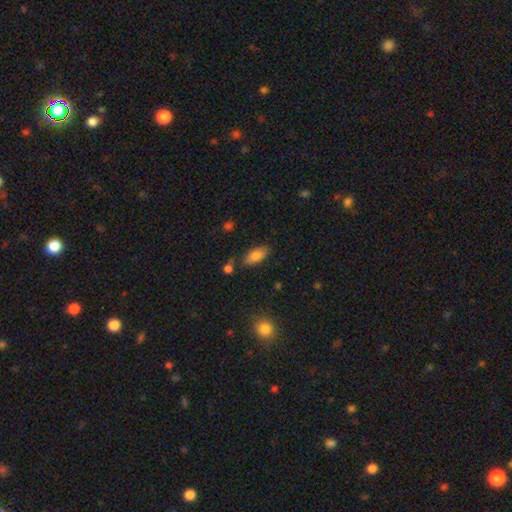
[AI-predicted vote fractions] Smooth or featured? smooth (79%)
How rounded? in between (85%)
Merging? none (78%)